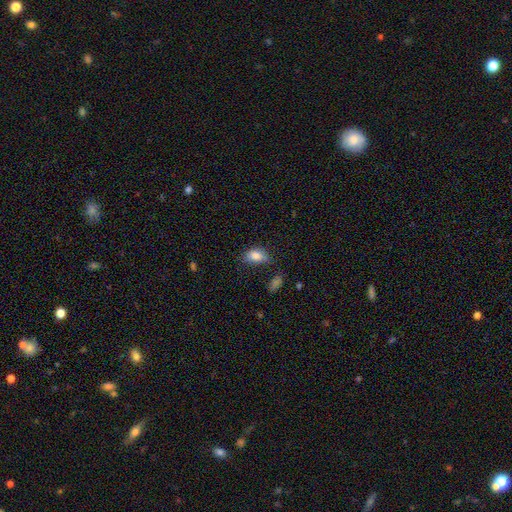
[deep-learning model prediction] Morphology: type=smooth (82%); roundness=in between (86%); merging=none (57%).